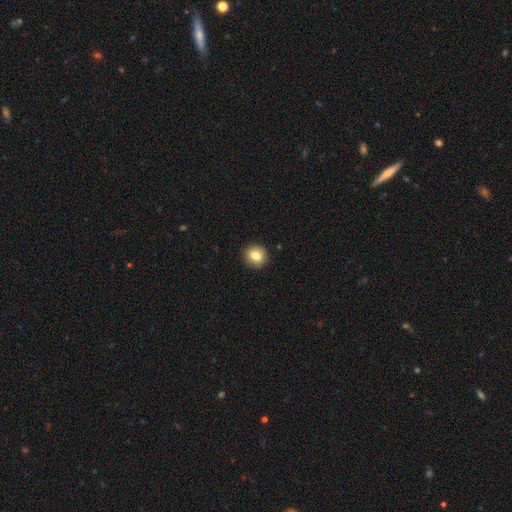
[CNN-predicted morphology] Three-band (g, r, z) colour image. It shows a smooth galaxy with no disk features (81%) that is round (91%). Merging: none (92%).